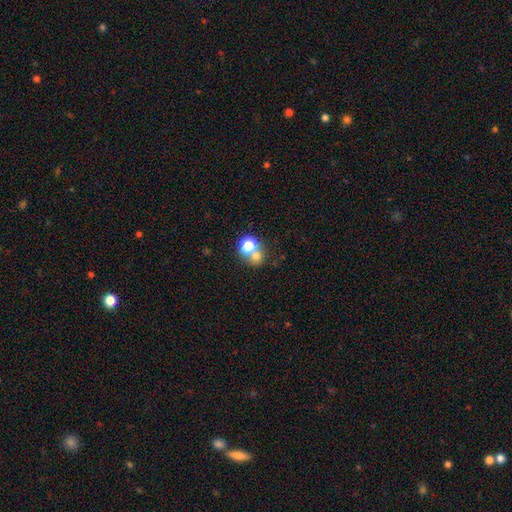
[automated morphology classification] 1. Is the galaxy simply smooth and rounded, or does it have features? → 67% smooth, 22% star or artifact, 12% featured or disk.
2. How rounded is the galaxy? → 82% round, 17% in between, 1% cigar-shaped.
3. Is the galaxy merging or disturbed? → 47% none, 43% merger, 6% minor disturbance, 4% major disturbance.